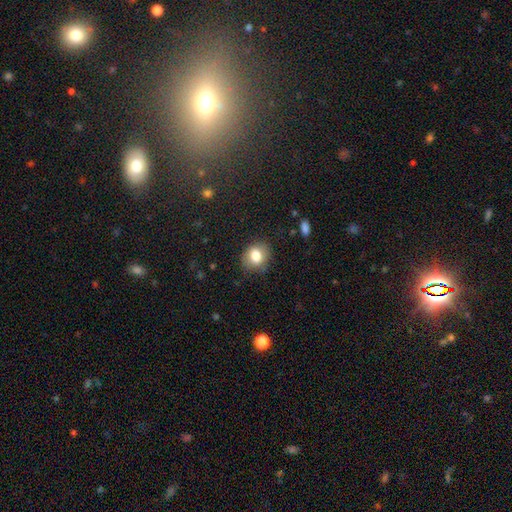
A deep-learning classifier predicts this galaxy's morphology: This is clearly a smooth galaxy (81%). How rounded: possibly round (59%). Merging: clearly none (81%).